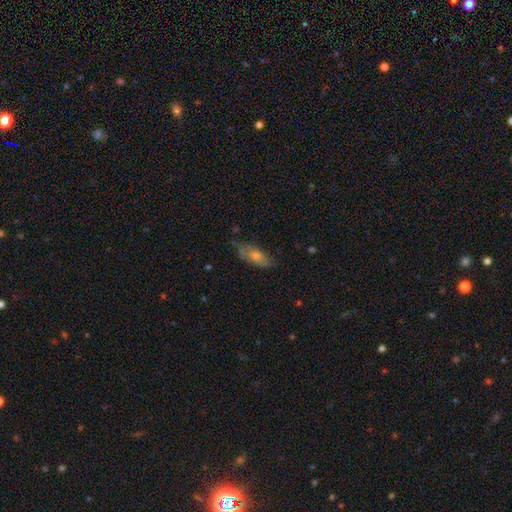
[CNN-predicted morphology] This appears to be a smooth galaxy with no disk features (50%) that is in between round and cigar-shaped (69%). Merging: none (65%).